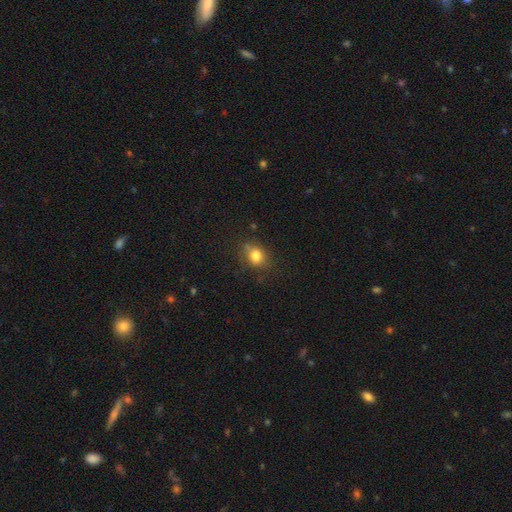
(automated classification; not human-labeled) Smooth or featured? smooth (80%)
How rounded? round (61%)
Merging? none (68%)